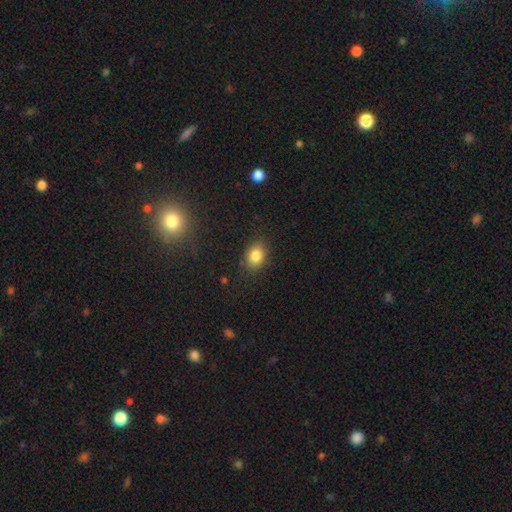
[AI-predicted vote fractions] Overall: smooth (83%). How rounded: in between (64%; round 35%). Merging: none (83%).